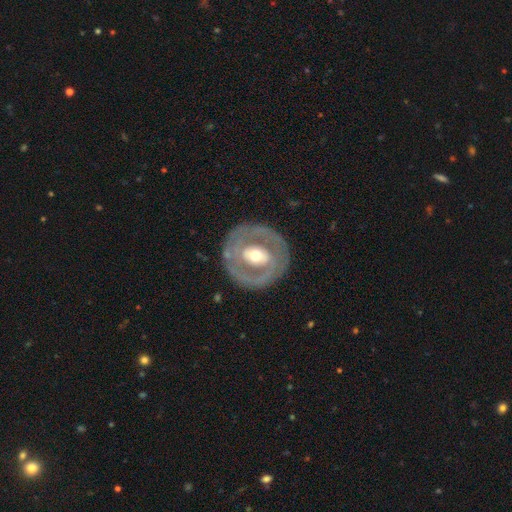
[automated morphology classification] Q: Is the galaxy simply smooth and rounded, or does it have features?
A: featured or disk — 68%.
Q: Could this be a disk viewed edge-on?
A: no — 95%.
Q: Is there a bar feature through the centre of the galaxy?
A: no — 45%.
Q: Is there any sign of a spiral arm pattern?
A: no — 65%.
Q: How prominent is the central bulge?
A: moderate — 68%.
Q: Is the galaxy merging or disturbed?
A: none — 81%.